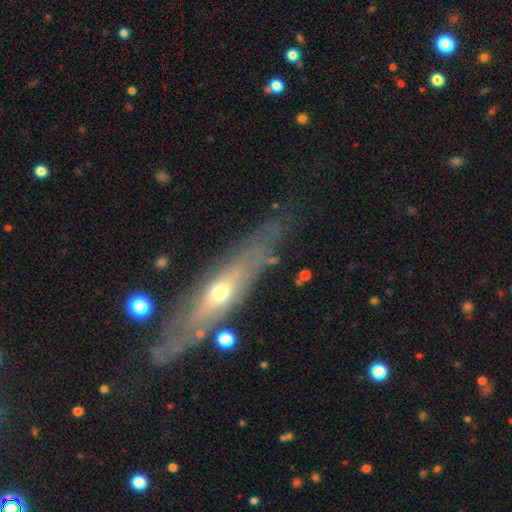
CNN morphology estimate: The model was most divided on "edge-on disk": yes: 57%, no: 43%. More confident: merging — none (78%); smooth or featured — featured or disk (72%).